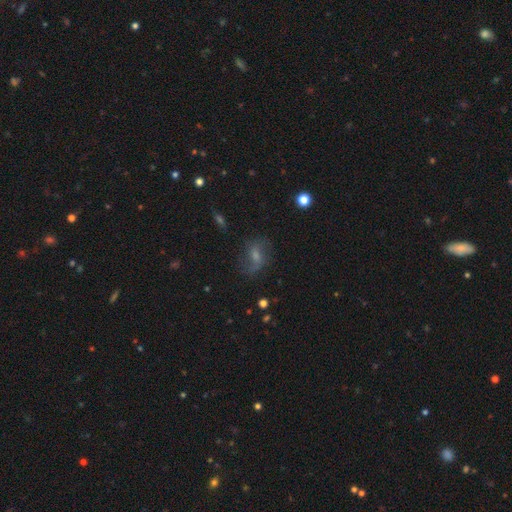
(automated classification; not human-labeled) Overall: featured or disk (50%; smooth 29%). Edge-on disk: no (94%). Merging: none (66%).